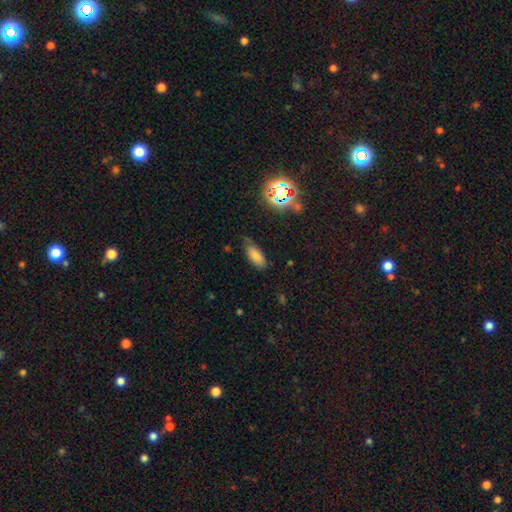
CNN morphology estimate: This is likely a smooth galaxy (75%). How rounded: clearly in between (82%). Merging: possibly none (60%).